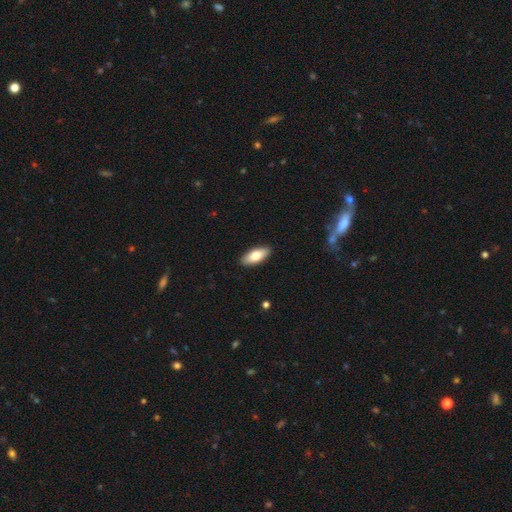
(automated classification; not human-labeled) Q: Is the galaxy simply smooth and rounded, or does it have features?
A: smooth — 76%.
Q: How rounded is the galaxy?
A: in between — 82%.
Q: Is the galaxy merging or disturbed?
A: none — 90%.